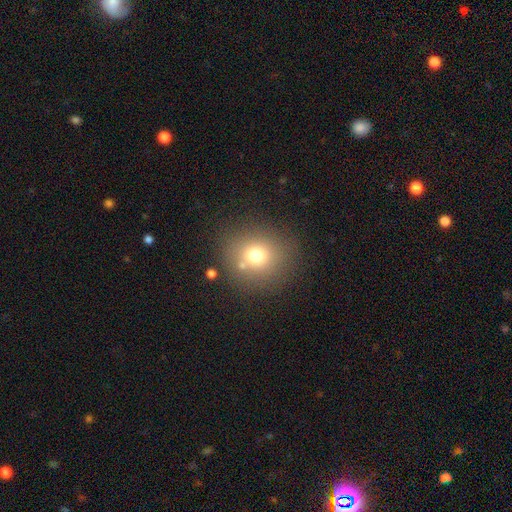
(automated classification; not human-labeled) Morphology: type=smooth (71%); roundness=round (85%); merging=none (79%).